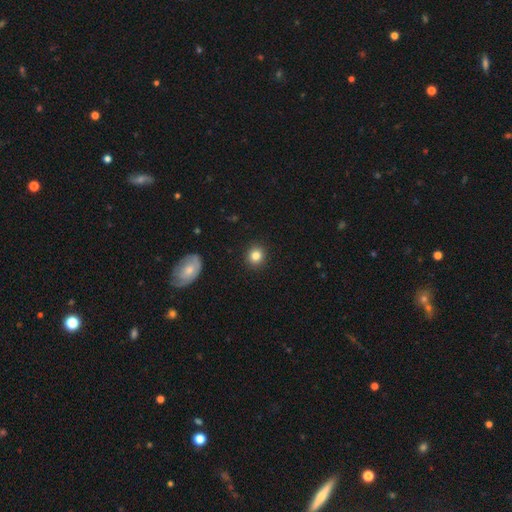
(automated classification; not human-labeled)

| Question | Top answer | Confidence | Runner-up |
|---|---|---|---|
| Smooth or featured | smooth | 83% | star or artifact (10%) |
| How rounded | round | 86% | in between (13%) |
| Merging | none | 91% | minor disturbance (6%) |